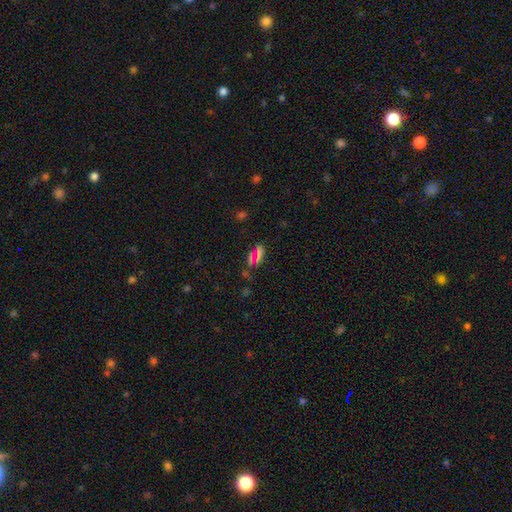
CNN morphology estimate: type=smooth (52%); roundness=in between (66%); merging=none (61%).